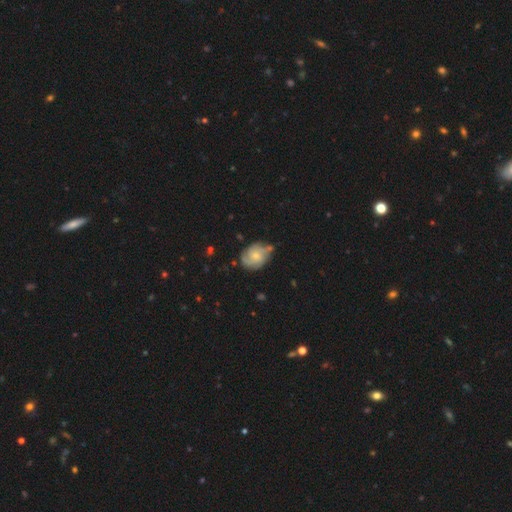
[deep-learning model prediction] A featured or disk galaxy (66%) with no bar (69%), 2 (34%) tight (48%) spiral arms (91%) and a small central bulge (59%).

Vote fractions:
- Smooth or featured? featured or disk: 66% / smooth: 27% / star or artifact: 7%
- Edge-on disk? no: 97% / yes: 3%
- Bar? no: 69% / weak: 27% / strong: 3%
- Spiral arms? yes: 91% / no: 9%
- Spiral winding? tight: 48% / medium: 38% / loose: 14%
- Spiral arm count? 2: 34% / can't tell: 26% / 3: 24% / 4: 6% / 1: 5% / more than 4: 4%
- Bulge size? small: 59% / moderate: 33% / none: 5% / large: 2% / dominant: 1%
- Merging? none: 63% / minor disturbance: 24% / major disturbance: 7% / merger: 6%